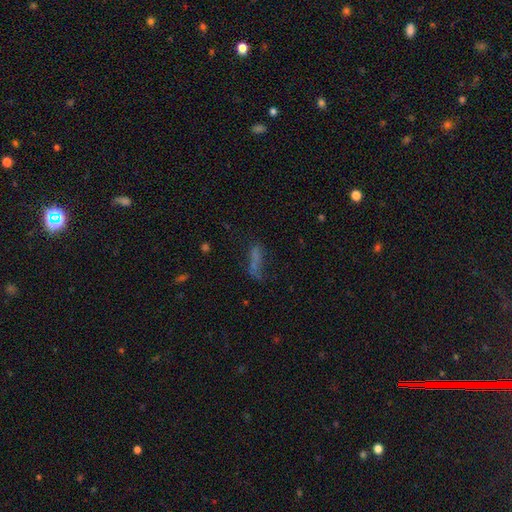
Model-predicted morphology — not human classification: type=smooth (44%); merging=none (69%).